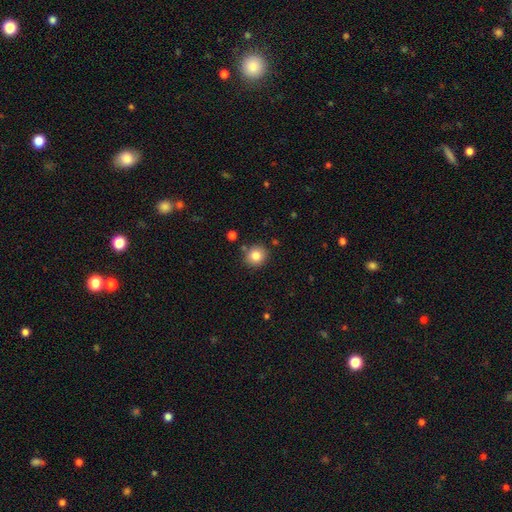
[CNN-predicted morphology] This is clearly a smooth galaxy (82%). How rounded: clearly round (87%). Merging: clearly none (85%).